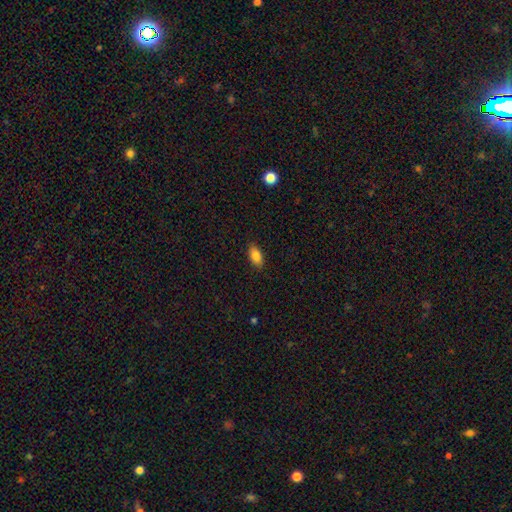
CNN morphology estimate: Smooth or featured: smooth — 84% (featured or disk — 8%)
How rounded: in between — 91% (cigar-shaped — 5%)
Merging: none — 88% (minor disturbance — 9%)